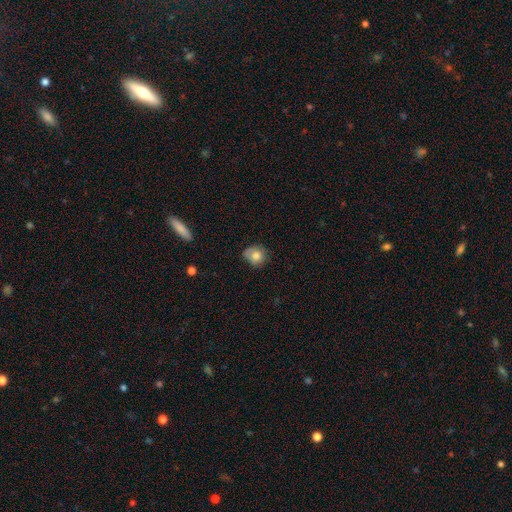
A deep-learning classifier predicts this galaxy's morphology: Smooth or featured?
  - smooth: 77% *
  - featured or disk: 14%
  - star or artifact: 9%
How rounded?
  - round: 74% *
  - in between: 25%
  - cigar-shaped: 1%
Merging?
  - none: 60% *
  - minor disturbance: 30%
  - major disturbance: 8%
  - merger: 2%